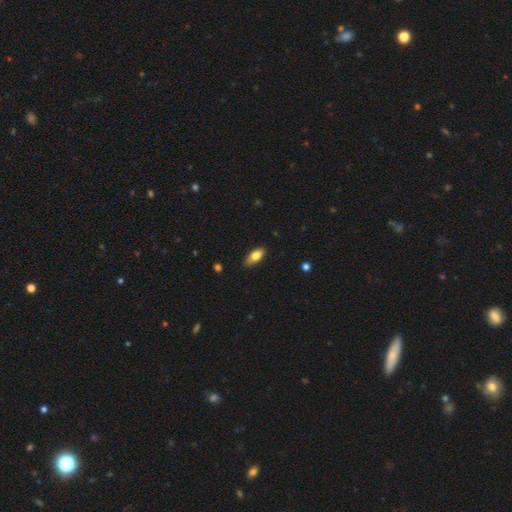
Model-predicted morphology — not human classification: smooth 78%, featured or disk 15%, star or artifact 7%. Down the decision tree: how rounded — in between (86%); merging — none (83%).